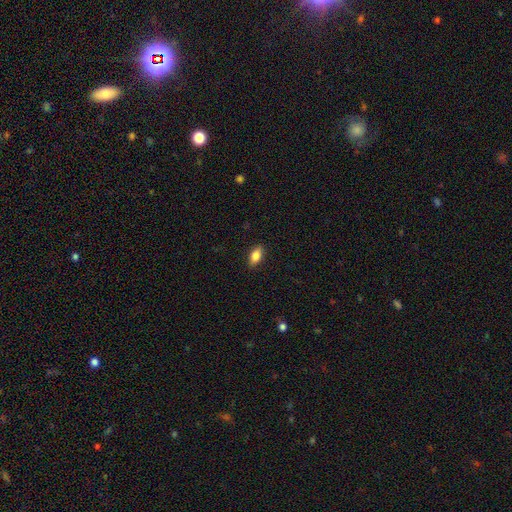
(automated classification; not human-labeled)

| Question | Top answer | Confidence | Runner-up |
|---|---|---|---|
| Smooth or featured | smooth | 83% | featured or disk (9%) |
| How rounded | in between | 89% | cigar-shaped (6%) |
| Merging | none | 88% | minor disturbance (9%) |